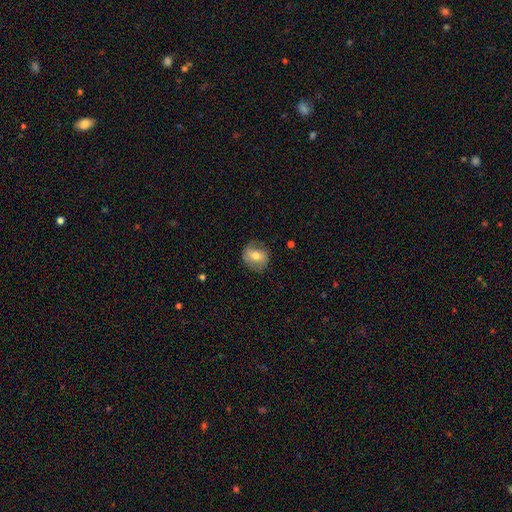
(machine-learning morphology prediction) Smooth or featured? Predicted: smooth (p=0.58). How rounded? Predicted: round (p=0.73). Merging? Predicted: none (p=0.75).